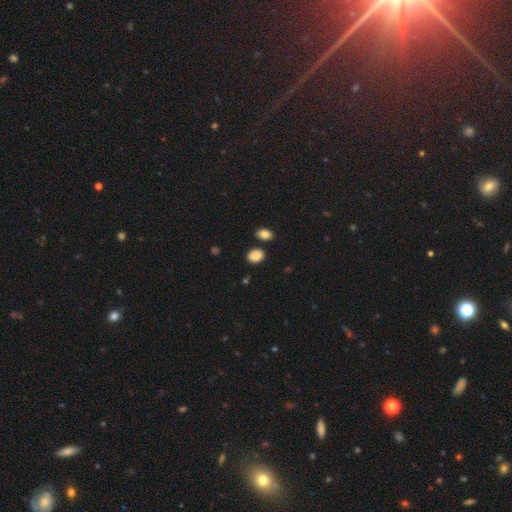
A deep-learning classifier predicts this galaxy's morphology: Smooth or featured? smooth (88%)
How rounded? in between (63%)
Merging? none (81%)